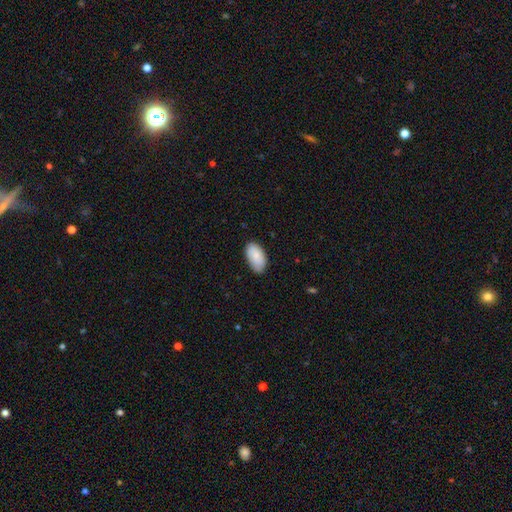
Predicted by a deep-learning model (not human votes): A smooth galaxy with no disk features (86%) that is in between round and cigar-shaped (96%). Merging: none (78%).